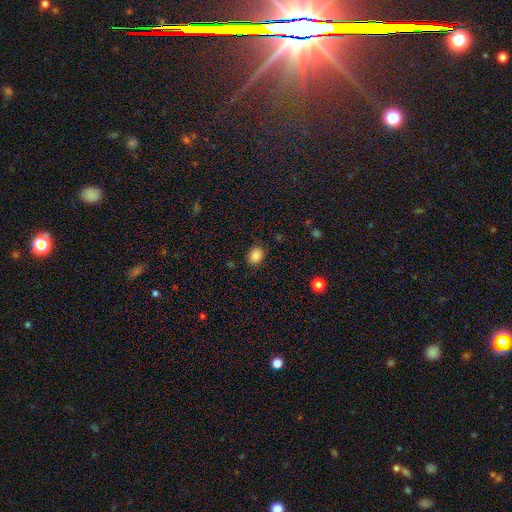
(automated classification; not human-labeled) Morphology: type=smooth (87%); roundness=in between (53%); merging=none (85%).